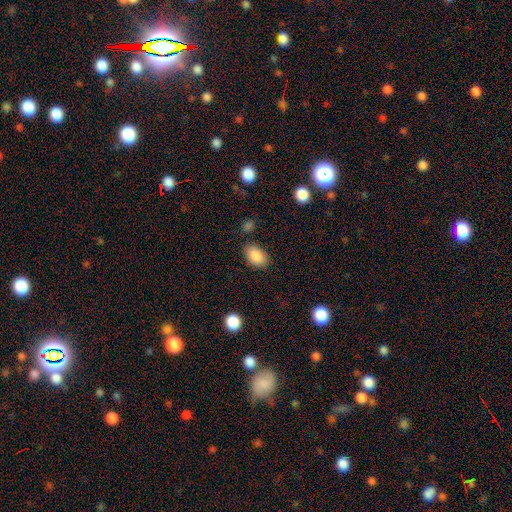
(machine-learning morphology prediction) smooth-or-featured: smooth: 88% | star or artifact: 8% | featured or disk: 5%
  how-rounded: in between: 89% | round: 10% | cigar-shaped: 1%
  merging: none: 81% | minor disturbance: 13% | major disturbance: 3% | merger: 3%